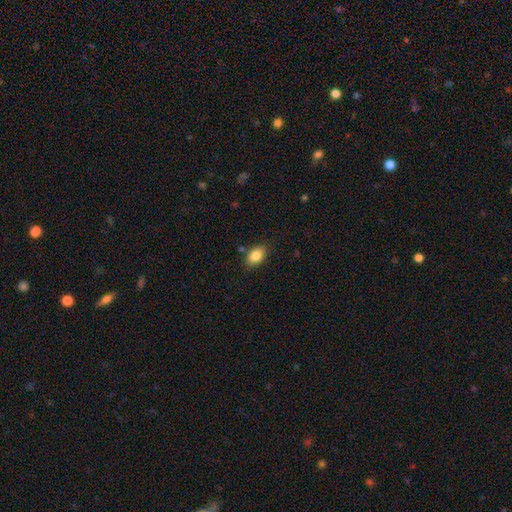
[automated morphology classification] Q: Smooth or featured?
A: smooth (84%); runner-up: star or artifact (8%)
Q: How rounded?
A: in between (83%); runner-up: round (15%)
Q: Merging?
A: none (80%); runner-up: minor disturbance (13%)